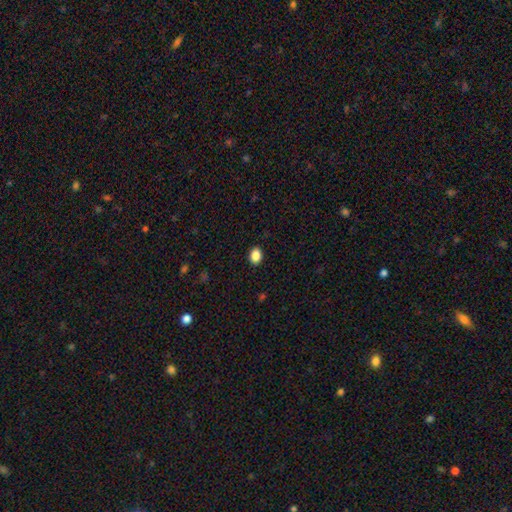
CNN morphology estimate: smooth 88%, star or artifact 9%, featured or disk 3%. Down the decision tree: how rounded — in between (70%); merging — none (90%).